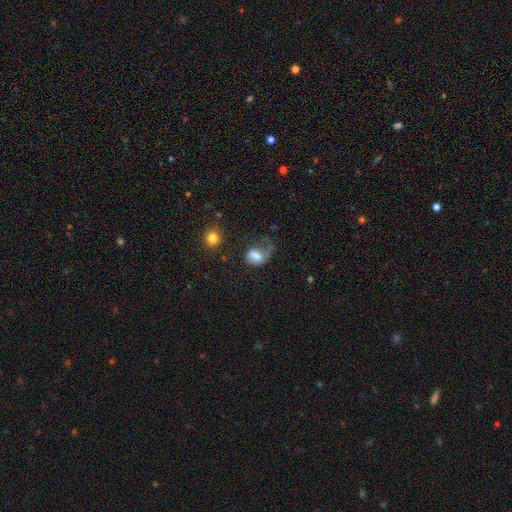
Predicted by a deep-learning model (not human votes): Smooth or featured?
  - smooth: 56% *
  - featured or disk: 35%
  - star or artifact: 9%
How rounded?
  - in between: 62% *
  - round: 36%
  - cigar-shaped: 1%
Merging?
  - major disturbance: 53% *
  - none: 23%
  - minor disturbance: 20%
  - merger: 4%